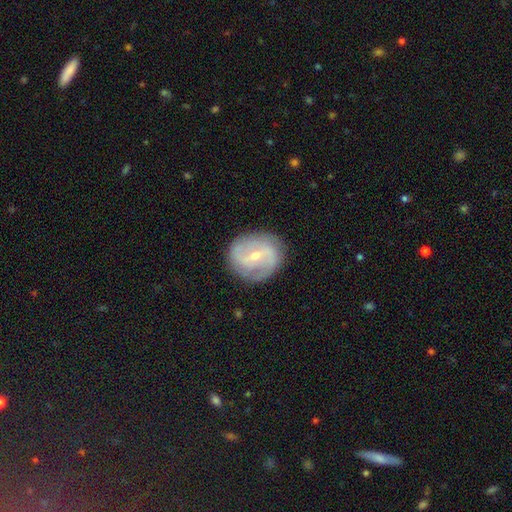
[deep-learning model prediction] This appears to be a featured or disk galaxy (80%) with a weak bar (50%), 2 (80%) medium (45%) spiral arms (91%) and a small central bulge (65%). Merging: none (82%).